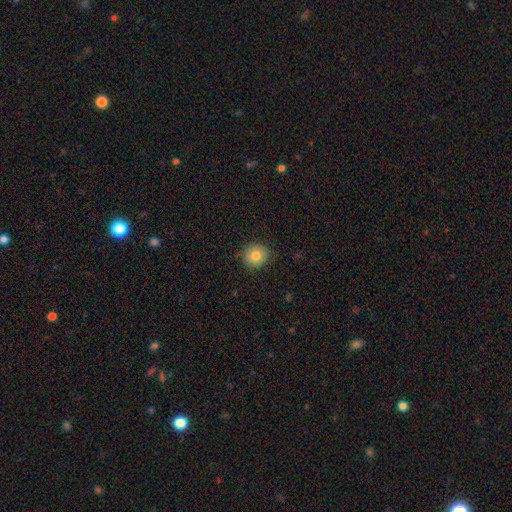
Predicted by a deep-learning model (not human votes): smooth_or_featured: smooth (p=0.81) [alt: star or artifact p=0.10]
how_rounded: round (p=0.90) [alt: in between p=0.09]
merging: none (p=0.87) [alt: minor disturbance p=0.09]